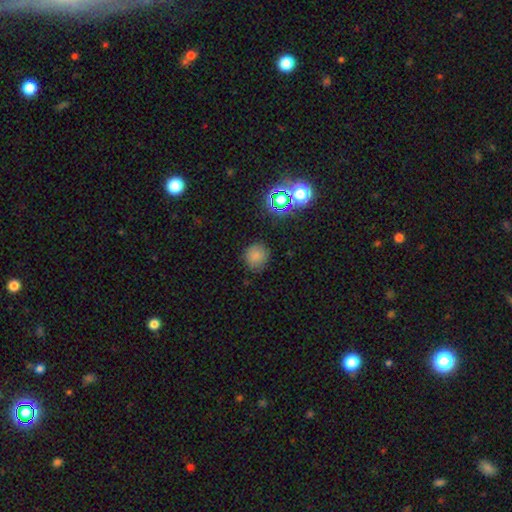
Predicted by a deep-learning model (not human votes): Smooth or featured?
  - smooth: 75% *
  - star or artifact: 18%
  - featured or disk: 7%
How rounded?
  - round: 91% *
  - in between: 9%
  - cigar-shaped: 1%
Merging?
  - none: 84% *
  - minor disturbance: 11%
  - major disturbance: 3%
  - merger: 2%